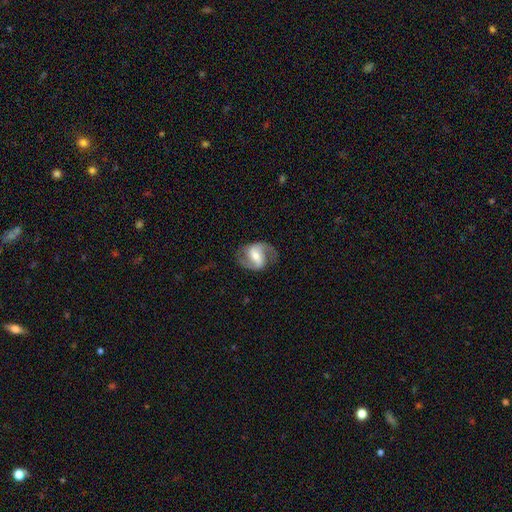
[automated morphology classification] type=featured or disk (85%); edge-on=no (97%); bar=strong (44%); spiral arms=yes (95%); winding=medium (52%); arm count=2 (92%); bulge=moderate (56%); merging=none (79%).